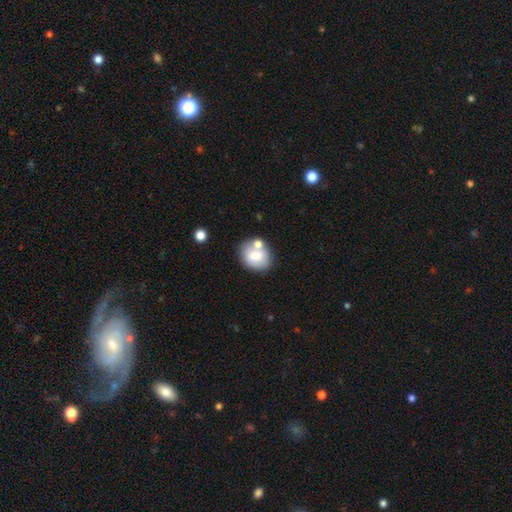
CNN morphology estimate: This appears to be a smooth galaxy with no disk features (72%) that is round (59%). Merging: none (62%).